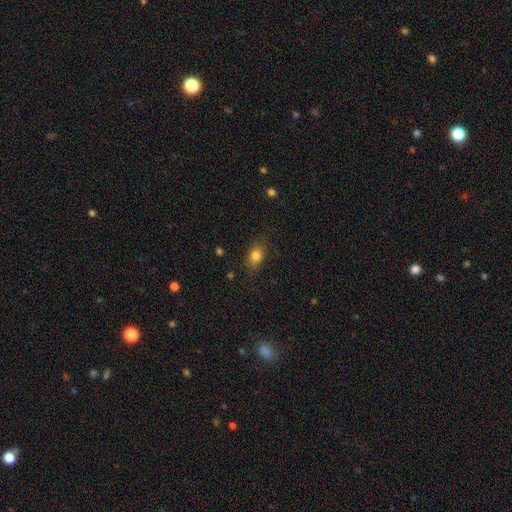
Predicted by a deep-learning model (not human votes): Smooth or featured: smooth — 82% (star or artifact — 11%)
How rounded: in between — 66% (round — 32%)
Merging: none — 82% (minor disturbance — 13%)